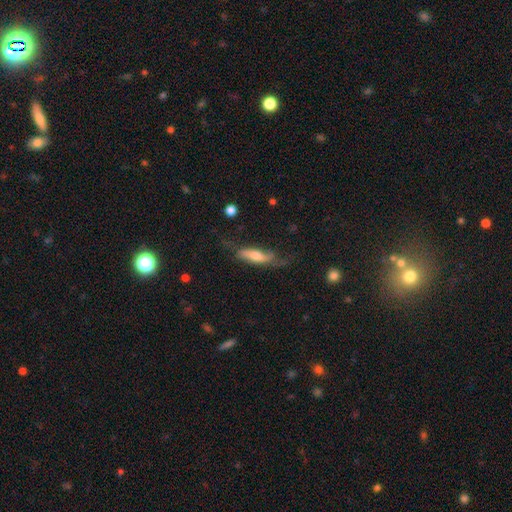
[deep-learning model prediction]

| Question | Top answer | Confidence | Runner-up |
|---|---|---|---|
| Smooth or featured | featured or disk | 48% | smooth (45%) |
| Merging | none | 48% | minor disturbance (28%) |